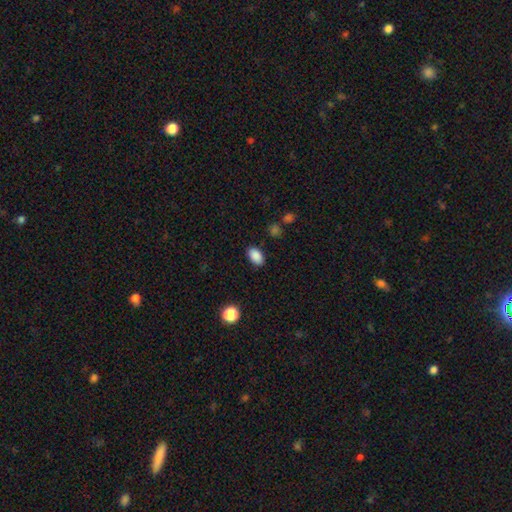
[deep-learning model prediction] Overall: smooth (88%). How rounded: in between (90%). Merging: none (86%).